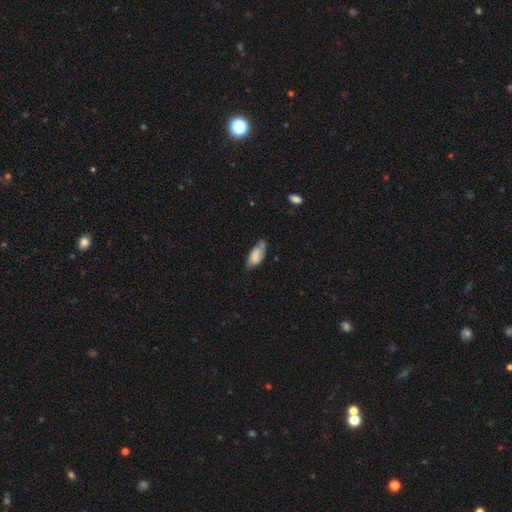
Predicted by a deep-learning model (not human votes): This appears to be a smooth galaxy with no disk features (64%) that is in between round and cigar-shaped (89%). Merging: none (50%).